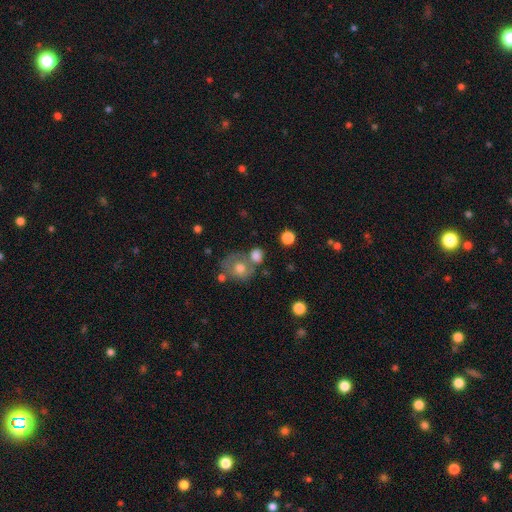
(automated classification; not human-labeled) This appears to be a smooth galaxy with no disk features (74%) that is round (64%). Merging: none (46%).